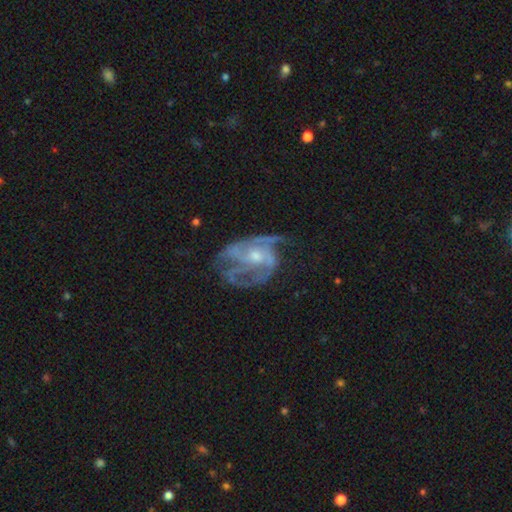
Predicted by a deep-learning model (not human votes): Smooth or featured? Predicted: featured or disk (p=0.85). Edge-on disk? Predicted: no (p=0.97). Bar? Predicted: no (p=0.66). Spiral arms? Predicted: yes (p=0.90). Spiral winding? Predicted: medium (p=0.45). Spiral arm count? Predicted: 3 (p=0.33). Bulge size? Predicted: moderate (p=0.50). Merging? Predicted: none (p=0.46).